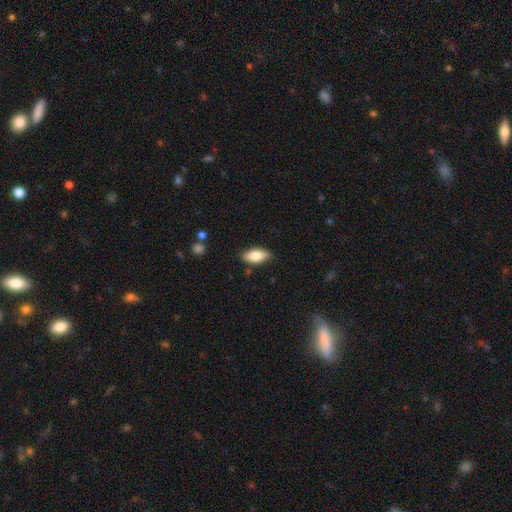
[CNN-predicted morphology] This appears to be a smooth galaxy with no disk features (79%) that is in between round and cigar-shaped (88%). Merging: none (82%).